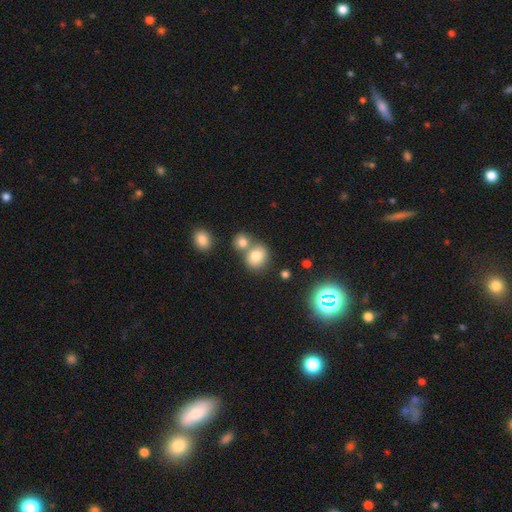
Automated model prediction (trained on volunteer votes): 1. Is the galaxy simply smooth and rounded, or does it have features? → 76% smooth, 12% star or artifact, 12% featured or disk.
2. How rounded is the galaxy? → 72% round, 27% in between, 1% cigar-shaped.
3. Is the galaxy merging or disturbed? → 51% none, 36% merger, 10% minor disturbance, 4% major disturbance.